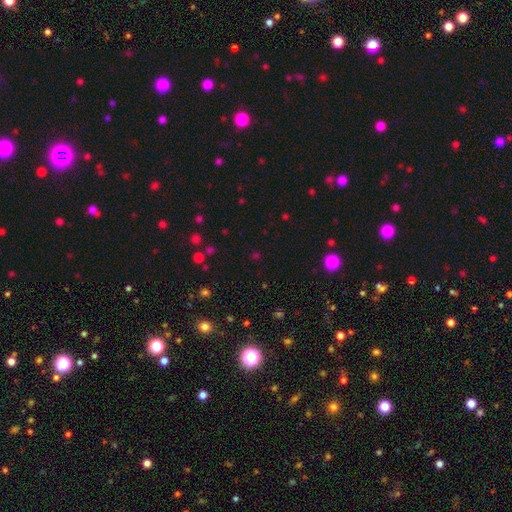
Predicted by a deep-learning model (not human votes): The model was most divided on "smooth or featured": star or artifact: 56%, smooth: 37%, featured or disk: 7%.